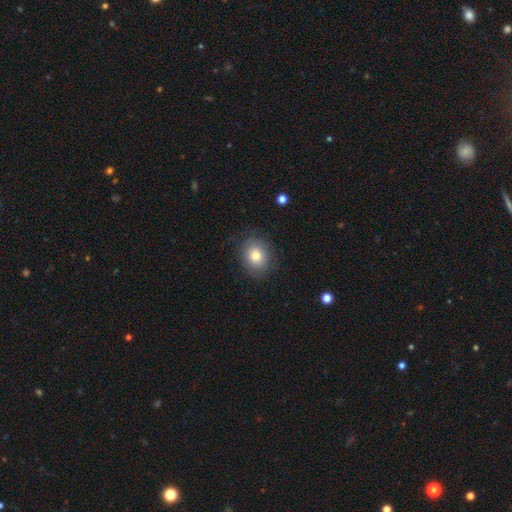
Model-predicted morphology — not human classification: smooth 78%, featured or disk 13%, star or artifact 10%. Down the decision tree: how rounded — round (60%); merging — none (83%).